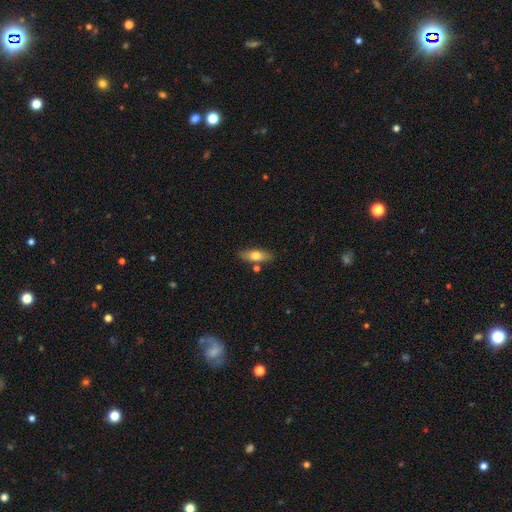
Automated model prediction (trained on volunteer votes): A smooth galaxy with no disk features (68%) that is in between round and cigar-shaped (63%).

Vote fractions:
- Smooth or featured? smooth: 68% / featured or disk: 25% / star or artifact: 7%
- How rounded? in between: 63% / cigar-shaped: 34% / round: 3%
- Merging? none: 80% / minor disturbance: 11% / merger: 7% / major disturbance: 2%